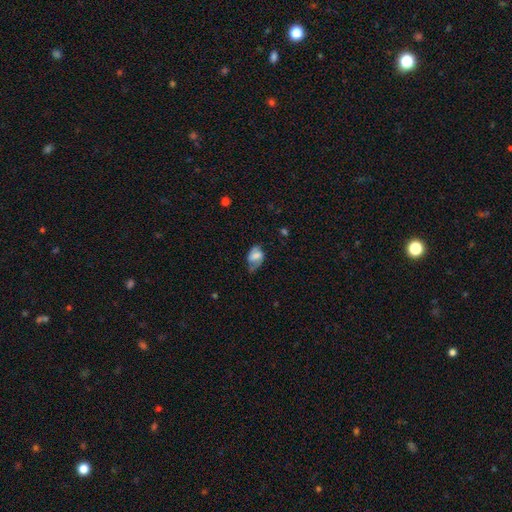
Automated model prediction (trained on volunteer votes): smooth_or_featured: smooth (p=0.48) [alt: featured or disk p=0.43]
merging: none (p=0.40) [alt: minor disturbance p=0.34]